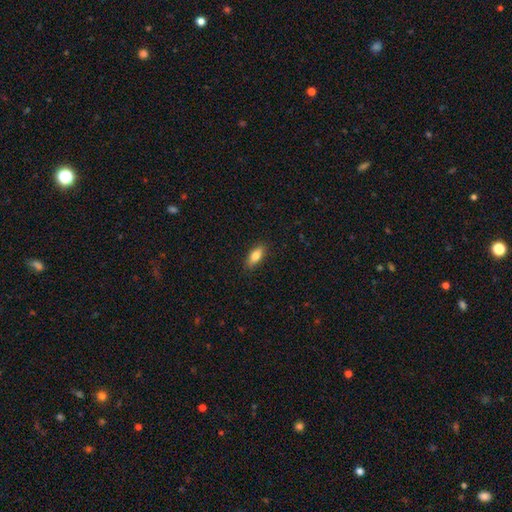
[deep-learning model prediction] Smooth or featured?
  - smooth: 80% *
  - featured or disk: 13%
  - star or artifact: 7%
How rounded?
  - in between: 79% *
  - cigar-shaped: 18%
  - round: 3%
Merging?
  - none: 87% *
  - minor disturbance: 10%
  - major disturbance: 2%
  - merger: 1%